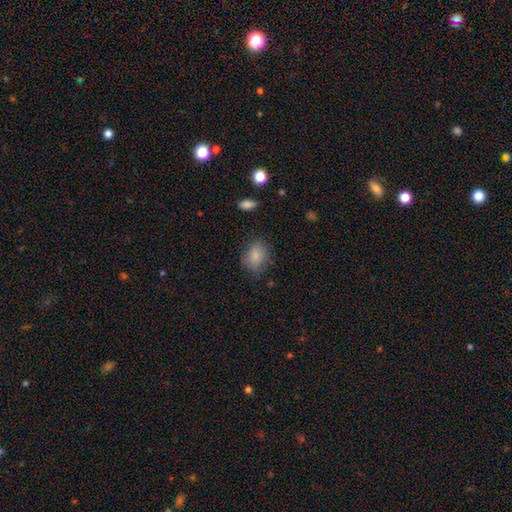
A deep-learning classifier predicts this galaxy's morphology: Smooth or featured?
  - smooth: 85% *
  - star or artifact: 9%
  - featured or disk: 6%
How rounded?
  - in between: 61% *
  - round: 37%
  - cigar-shaped: 1%
Merging?
  - none: 72% *
  - minor disturbance: 20%
  - major disturbance: 6%
  - merger: 2%